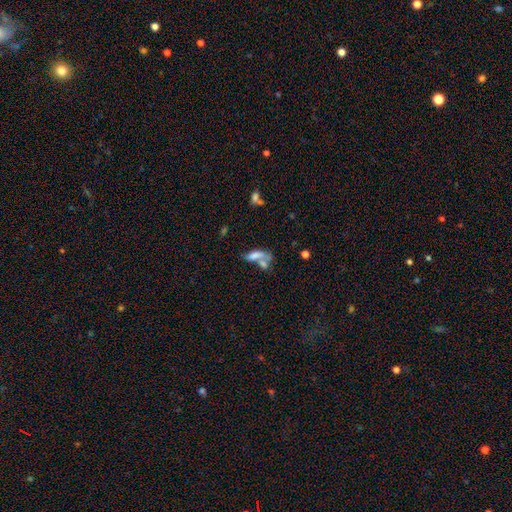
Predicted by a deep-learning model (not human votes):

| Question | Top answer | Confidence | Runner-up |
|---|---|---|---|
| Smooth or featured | smooth | 63% | featured or disk (26%) |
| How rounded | in between | 66% | cigar-shaped (29%) |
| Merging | merger | 56% | none (22%) |